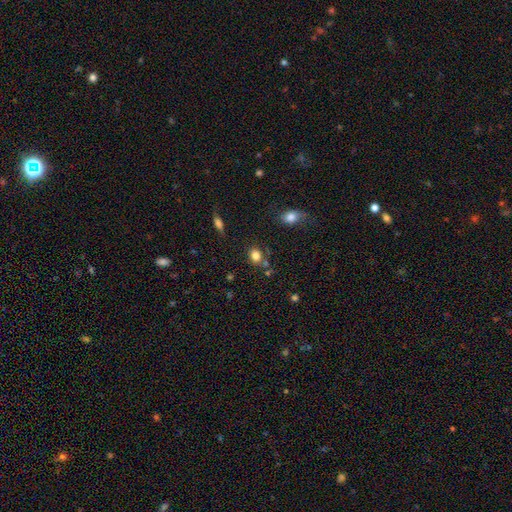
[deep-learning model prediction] smooth 82%, star or artifact 12%, featured or disk 6%. Down the decision tree: how rounded — round (53%); merging — none (74%).